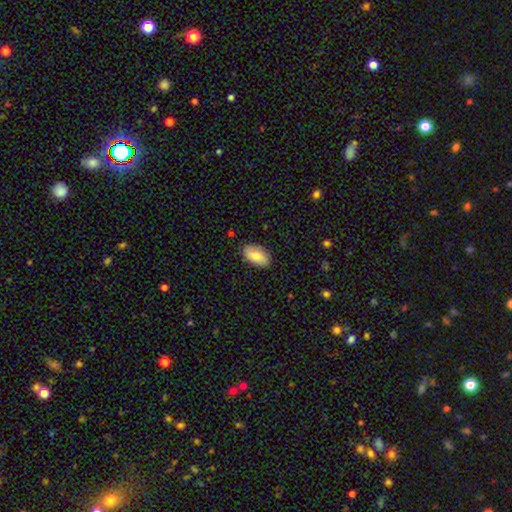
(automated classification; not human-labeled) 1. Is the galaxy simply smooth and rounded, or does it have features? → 77% smooth, 17% featured or disk, 6% star or artifact.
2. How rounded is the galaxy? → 94% in between, 4% round, 2% cigar-shaped.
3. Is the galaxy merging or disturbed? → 87% none, 10% minor disturbance, 2% major disturbance, 1% merger.